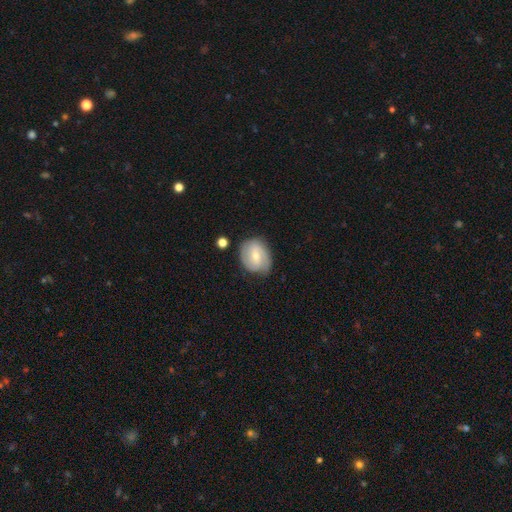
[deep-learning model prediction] featured or disk 56%, smooth 37%, star or artifact 7%. Down the decision tree: edge-on disk — no (96%); bar — weak (50%); spiral arms — yes (81%); bulge size — moderate (51%); merging — none (72%).